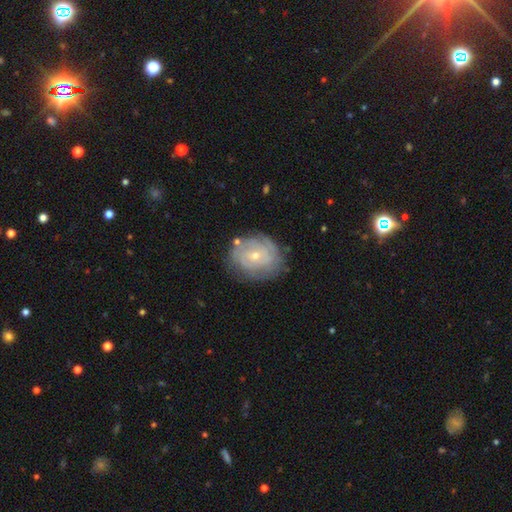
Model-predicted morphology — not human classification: featured or disk 76%, smooth 17%, star or artifact 7%. Down the decision tree: edge-on disk — no (97%); bar — no (71%); spiral arms — yes (89%); spiral arm count — can't tell (45%); spiral winding — tight (71%); bulge size — small (66%); merging — none (75%).